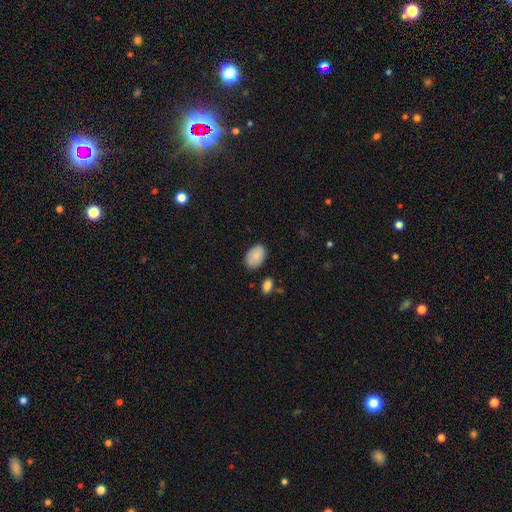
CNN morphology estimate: smooth-or-featured: smooth: 86% | featured or disk: 8% | star or artifact: 6%
  how-rounded: in between: 89% | round: 10% | cigar-shaped: 1%
  merging: none: 82% | minor disturbance: 13% | major disturbance: 3% | merger: 3%